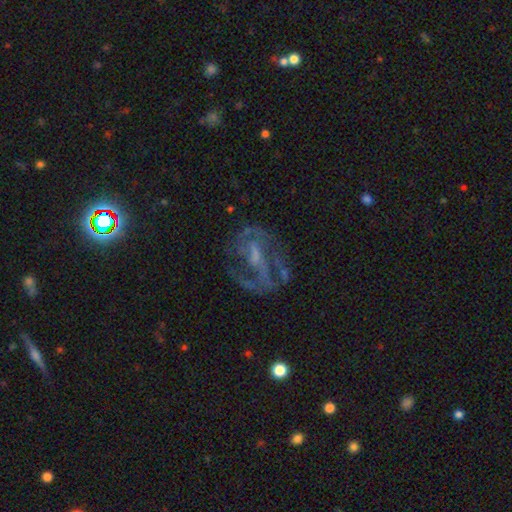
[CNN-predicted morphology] Smooth or featured? Predicted: featured or disk (p=0.76). Edge-on disk? Predicted: no (p=0.96). Bar? Predicted: weak (p=0.41). Spiral arms? Predicted: yes (p=0.74). Spiral winding? Predicted: medium (p=0.47). Spiral arm count? Predicted: 2 (p=0.57). Bulge size? Predicted: none (p=0.38). Merging? Predicted: none (p=0.51).